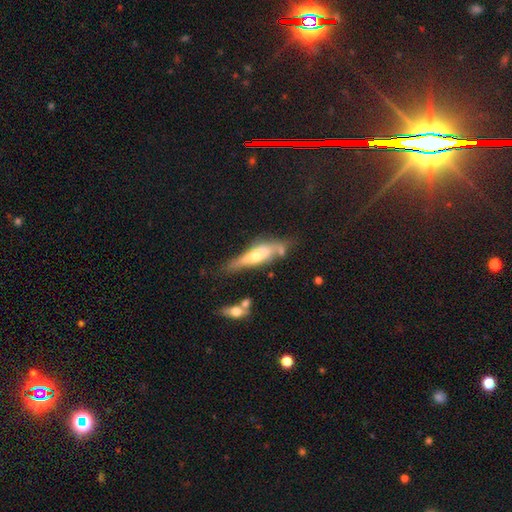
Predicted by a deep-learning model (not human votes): Smooth or featured? featured or disk (57%)
Edge-on disk? yes (71%)
Merging? none (48%)